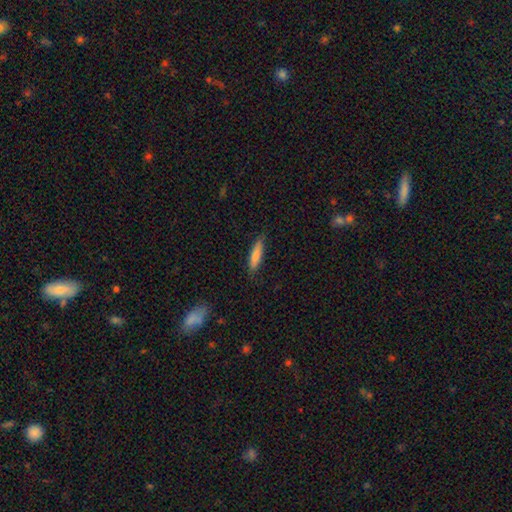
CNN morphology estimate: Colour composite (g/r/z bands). It shows a smooth galaxy with no disk features (80%) that is cigar-shaped (73%). Merging: none (85%).